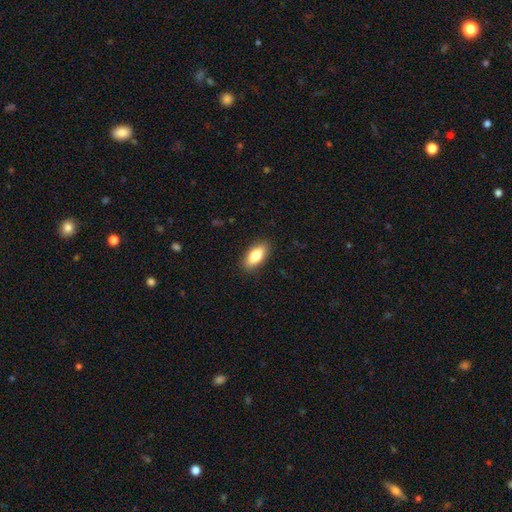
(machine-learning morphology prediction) This is likely a smooth galaxy (80%). How rounded: clearly in between (85%). Merging: clearly none (88%).